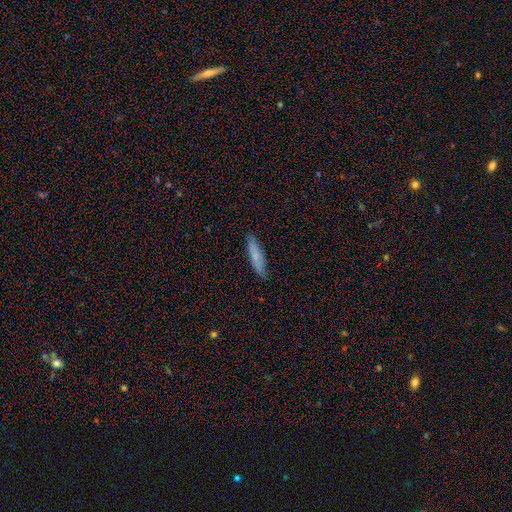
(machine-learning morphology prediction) This is likely a smooth galaxy (75%). How rounded: likely cigar-shaped (77%). Merging: clearly none (84%).